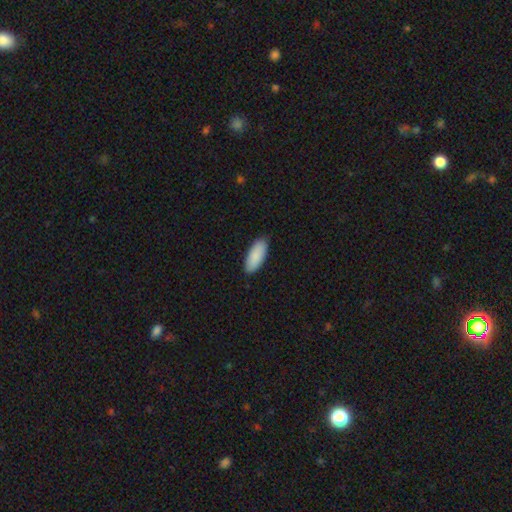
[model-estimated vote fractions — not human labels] smooth-or-featured: smooth: 90% | star or artifact: 5% | featured or disk: 5%
  how-rounded: in between: 83% | cigar-shaped: 15% | round: 2%
  merging: none: 87% | minor disturbance: 10% | major disturbance: 2% | merger: 1%